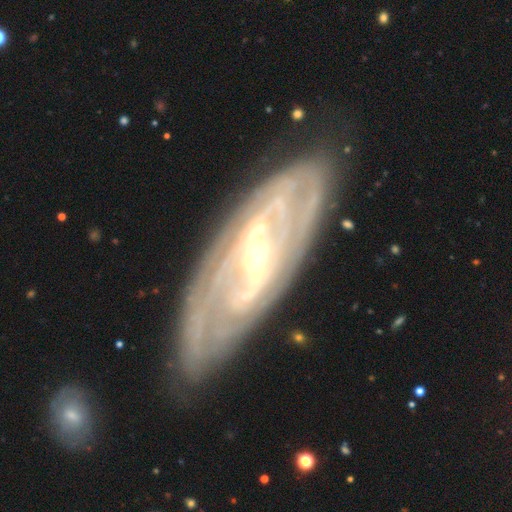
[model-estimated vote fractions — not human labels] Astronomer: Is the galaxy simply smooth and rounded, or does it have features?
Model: featured or disk — 85%.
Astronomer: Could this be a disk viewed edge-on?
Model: no — 85%.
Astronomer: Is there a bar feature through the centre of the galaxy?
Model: strong — 43% (runner-up: weak, 35%).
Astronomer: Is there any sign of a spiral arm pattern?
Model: yes — 90%.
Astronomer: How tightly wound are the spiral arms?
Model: tight — 66%.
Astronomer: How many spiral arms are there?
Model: can't tell — 43% (runner-up: 2, 28%).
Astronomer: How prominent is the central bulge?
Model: small — 70%.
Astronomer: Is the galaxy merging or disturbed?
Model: none — 80%.